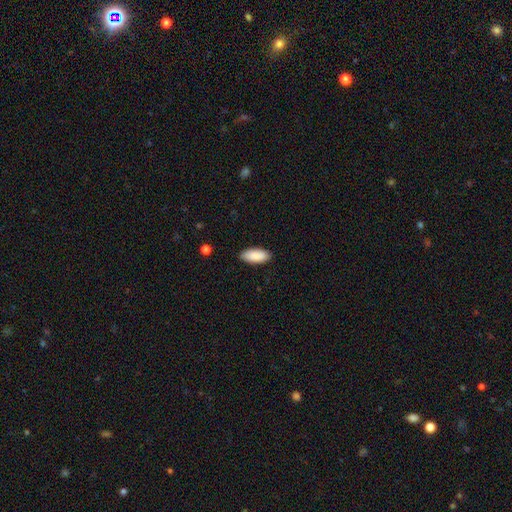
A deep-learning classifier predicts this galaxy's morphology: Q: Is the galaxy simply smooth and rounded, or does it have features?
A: smooth — 89%.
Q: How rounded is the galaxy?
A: in between — 87%.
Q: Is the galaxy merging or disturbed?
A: none — 88%.